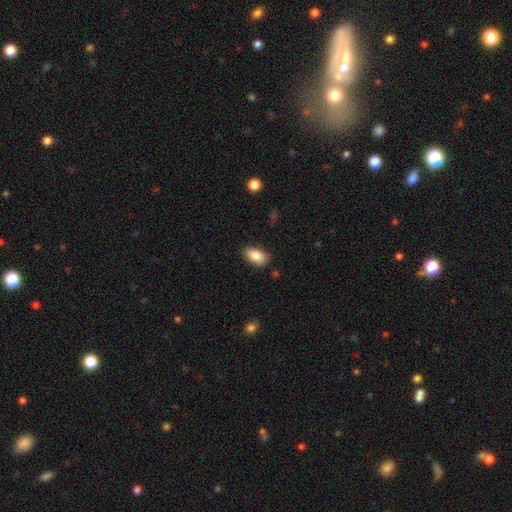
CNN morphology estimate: Smooth or featured? smooth (87%)
How rounded? in between (92%)
Merging? none (84%)